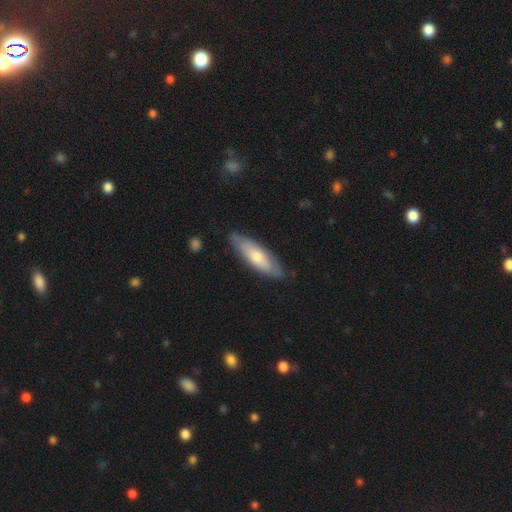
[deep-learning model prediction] smooth 56%, featured or disk 38%, star or artifact 6%. Down the decision tree: how rounded — cigar-shaped (55%); merging — none (84%).